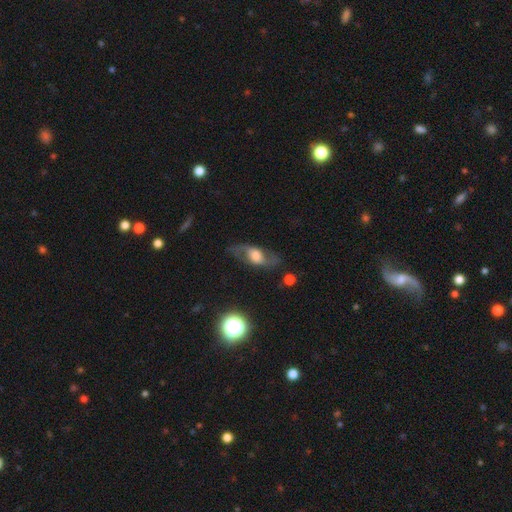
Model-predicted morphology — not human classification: Smooth or featured: featured or disk — 65% (smooth — 27%)
Edge-on disk: no — 79% (yes — 21%)
Bar: no — 49% (weak — 36%)
Spiral arms: yes — 78% (no — 22%)
Bulge size: large — 46% (moderate — 30%)
Merging: none — 71% (minor disturbance — 16%)